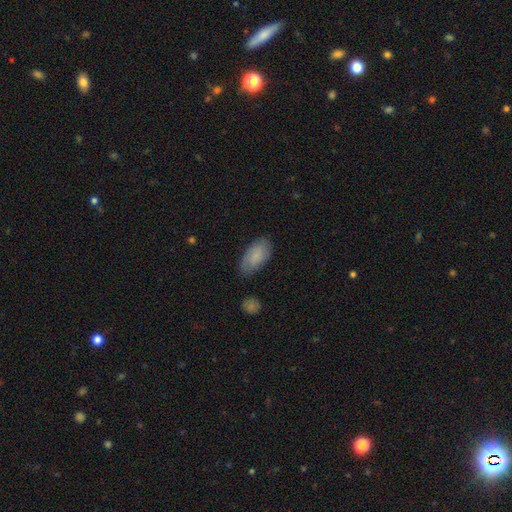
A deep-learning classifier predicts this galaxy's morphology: This appears to be a smooth galaxy with no disk features (78%) that is in between round and cigar-shaped (93%). Merging: none (76%).